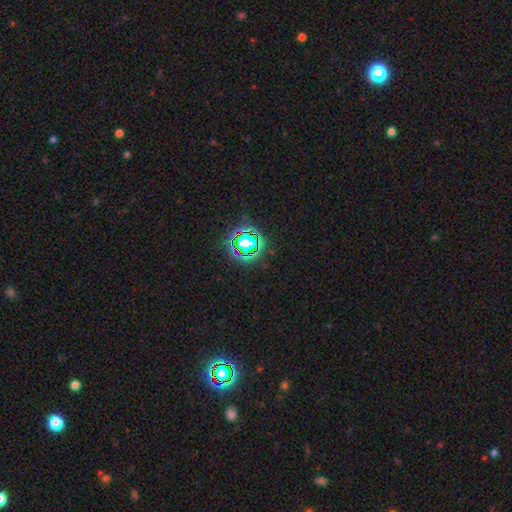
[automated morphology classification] star or artifact 79%, smooth 14%, featured or disk 8%.